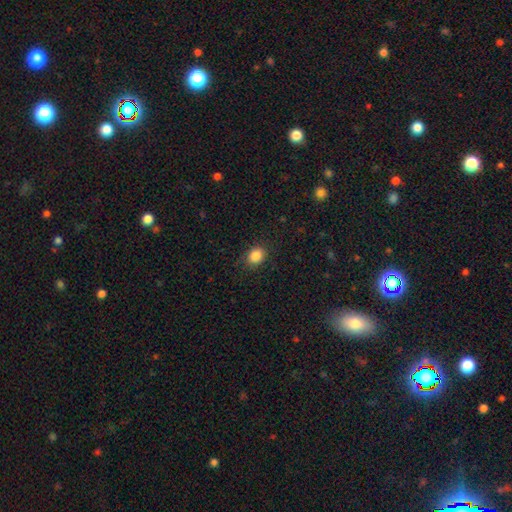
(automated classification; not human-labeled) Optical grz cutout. It shows a smooth galaxy with no disk features (87%) that is in between round and cigar-shaped (55%). Merging: none (85%).